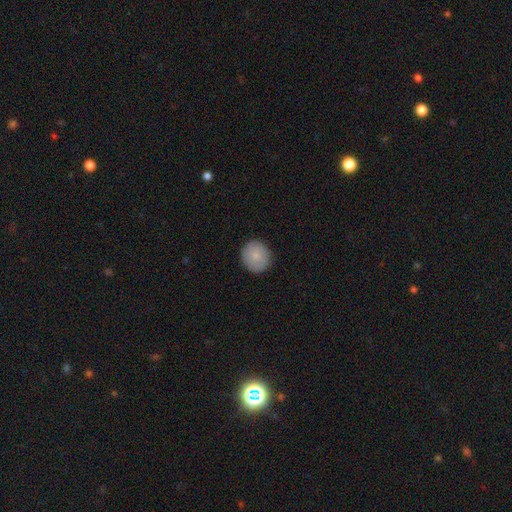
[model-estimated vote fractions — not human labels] This is clearly a smooth galaxy (84%). How rounded: clearly round (82%). Merging: clearly none (89%).